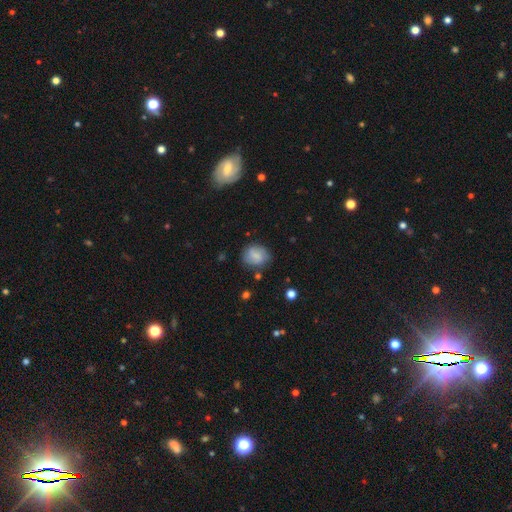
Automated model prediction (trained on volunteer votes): Q: Smooth or featured?
A: smooth (74%); runner-up: featured or disk (18%)
Q: How rounded?
A: round (58%); runner-up: in between (41%)
Q: Merging?
A: none (72%); runner-up: minor disturbance (20%)